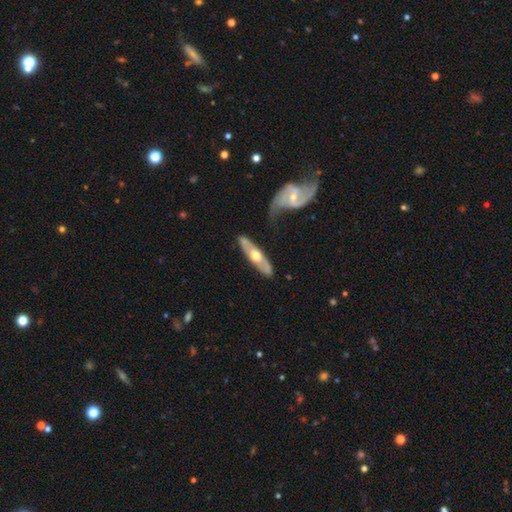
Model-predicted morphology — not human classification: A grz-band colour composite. It shows a featured or disk galaxy (62%) viewed edge-on (51%). Merging: none (72%).